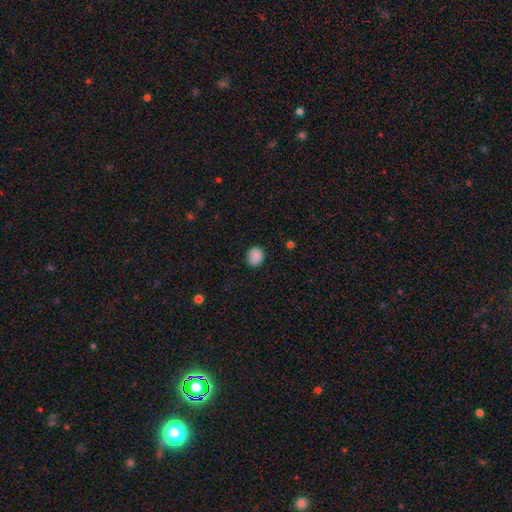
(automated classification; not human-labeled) smooth 88%, star or artifact 9%, featured or disk 3%. Down the decision tree: how rounded — round (74%); merging — none (84%).